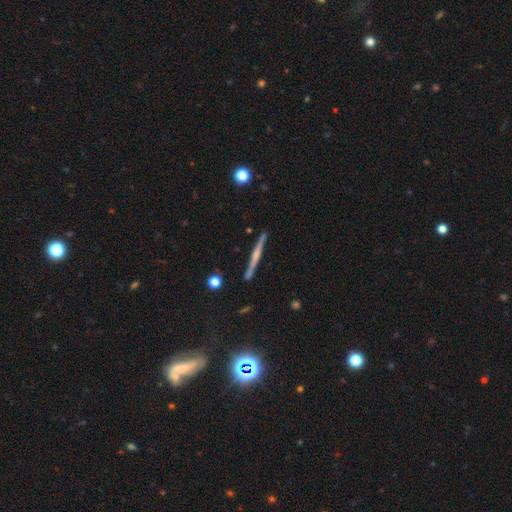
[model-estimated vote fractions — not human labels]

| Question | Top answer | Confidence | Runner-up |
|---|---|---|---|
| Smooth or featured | featured or disk | 63% | smooth (29%) |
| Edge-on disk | yes | 98% | no (2%) |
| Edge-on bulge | none | 48% | rounded (40%) |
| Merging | none | 90% | minor disturbance (7%) |